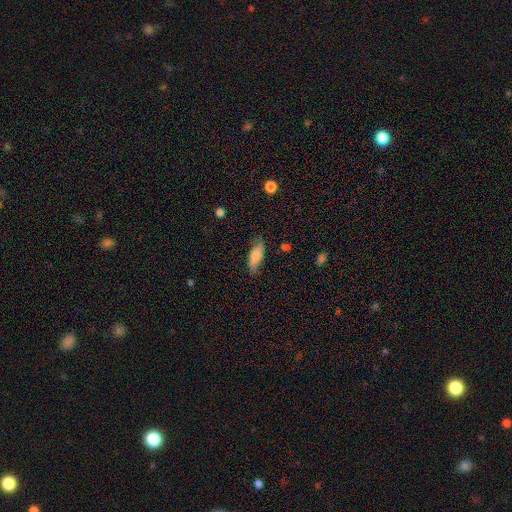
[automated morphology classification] Overall: smooth (74%). How rounded: in between (66%; cigar-shaped 32%). Merging: none (73%).